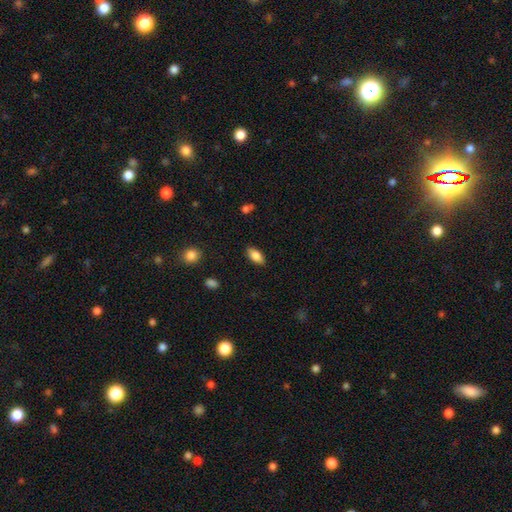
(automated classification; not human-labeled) Smooth or featured? smooth (80%)
How rounded? in between (88%)
Merging? none (86%)